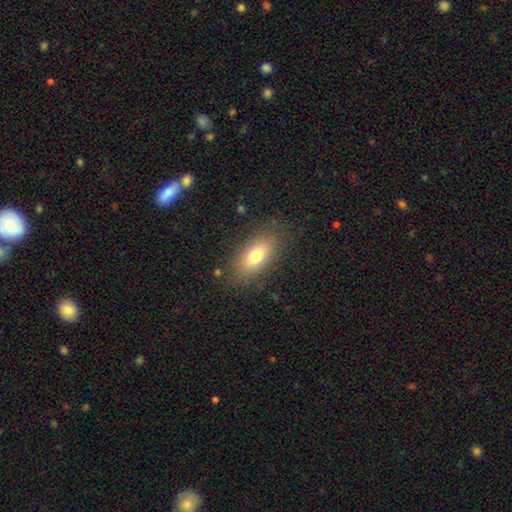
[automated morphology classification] smooth 75%, featured or disk 16%, star or artifact 9%. Down the decision tree: how rounded — in between (87%); merging — none (82%).